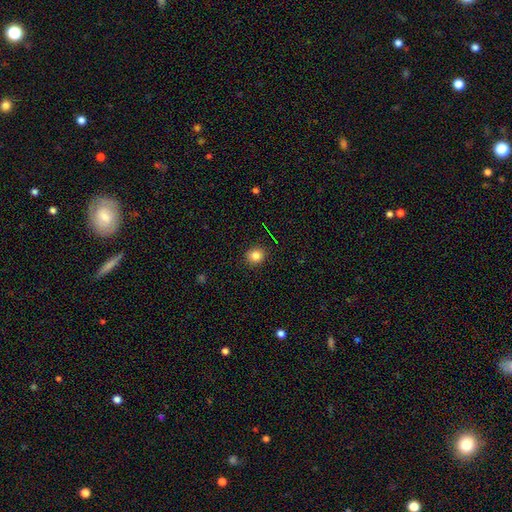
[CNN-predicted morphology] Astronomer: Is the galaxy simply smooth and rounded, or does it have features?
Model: smooth — 81%.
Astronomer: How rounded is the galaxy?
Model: round — 85%.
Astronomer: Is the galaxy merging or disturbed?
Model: none — 91%.